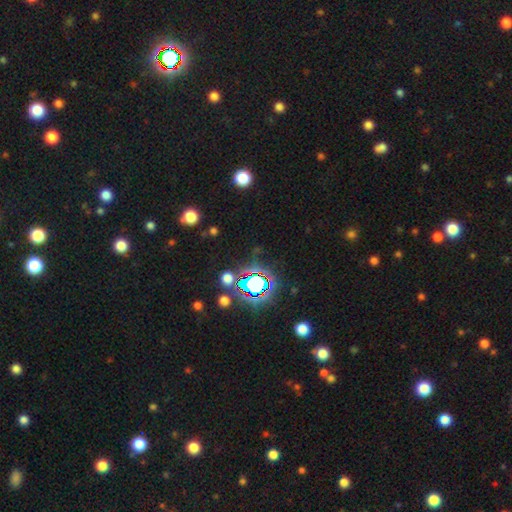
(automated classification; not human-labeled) A star or artifact, not a galaxy (76%).